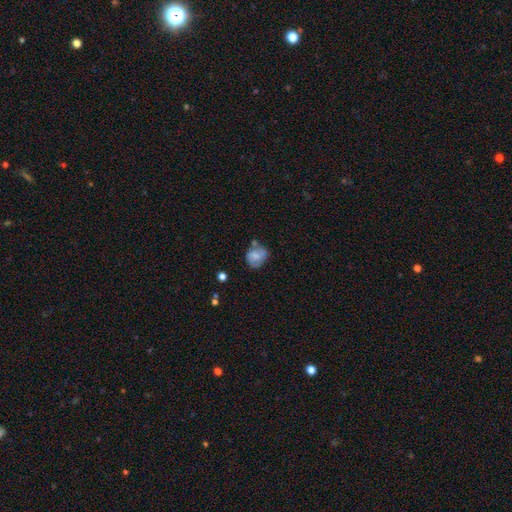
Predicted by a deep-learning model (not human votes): Q: Smooth or featured?
A: smooth (53%); runner-up: featured or disk (39%)
Q: How rounded?
A: round (65%); runner-up: in between (34%)
Q: Merging?
A: none (52%); runner-up: minor disturbance (26%)